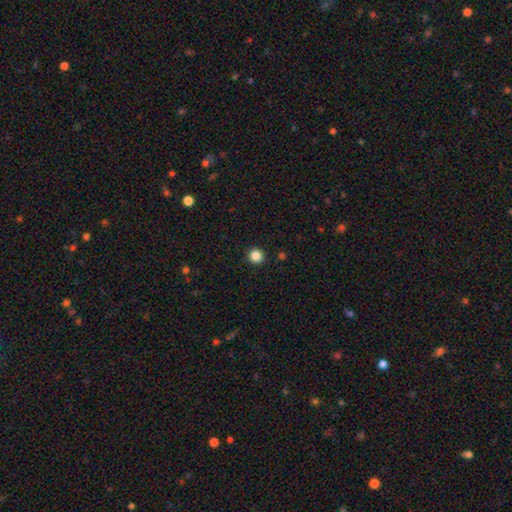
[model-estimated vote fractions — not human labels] This appears to be a smooth galaxy with no disk features (85%) that is round (94%). Merging: none (93%).